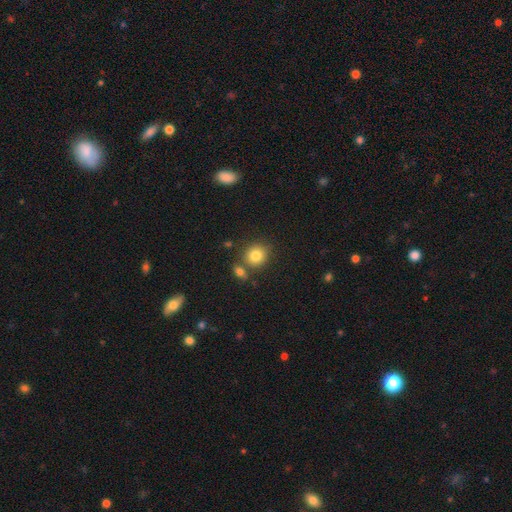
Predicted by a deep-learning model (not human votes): Smooth or featured: smooth — 82% (star or artifact — 10%)
How rounded: round — 76% (in between — 22%)
Merging: none — 68% (merger — 18%)